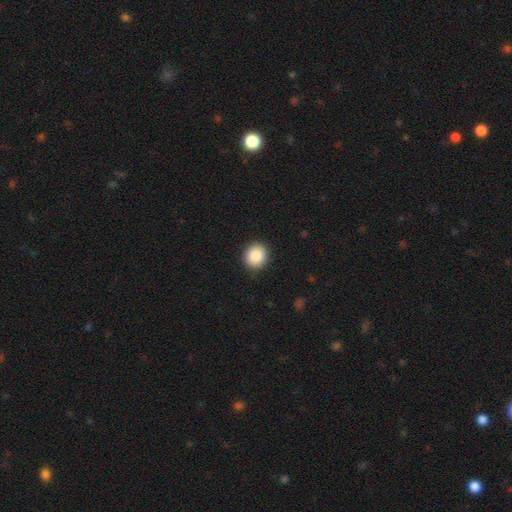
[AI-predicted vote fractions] A smooth galaxy with no disk features (88%) that is round (83%).

Vote fractions:
- Smooth or featured? smooth: 88% / star or artifact: 8% / featured or disk: 4%
- How rounded? round: 83% / in between: 16% / cigar-shaped: 1%
- Merging? none: 91% / minor disturbance: 7% / major disturbance: 2% / merger: 1%